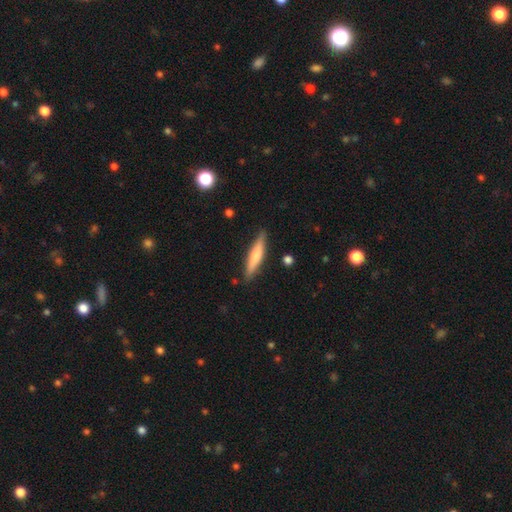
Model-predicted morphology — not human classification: This appears to be a smooth galaxy with no disk features (60%) that is cigar-shaped (86%). Merging: none (86%).